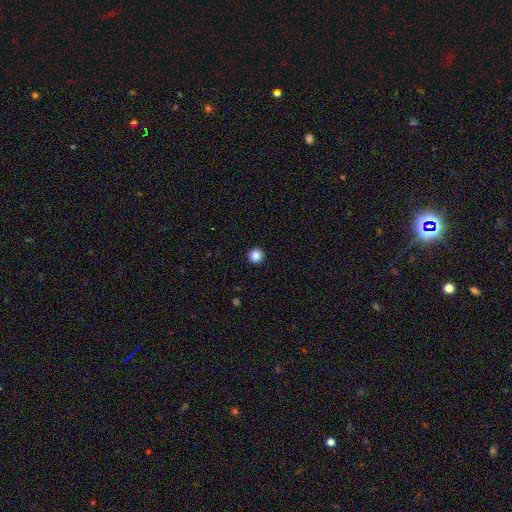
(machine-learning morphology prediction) Q: Smooth or featured?
A: smooth (86%); runner-up: star or artifact (11%)
Q: How rounded?
A: round (96%); runner-up: in between (3%)
Q: Merging?
A: none (94%); runner-up: minor disturbance (4%)